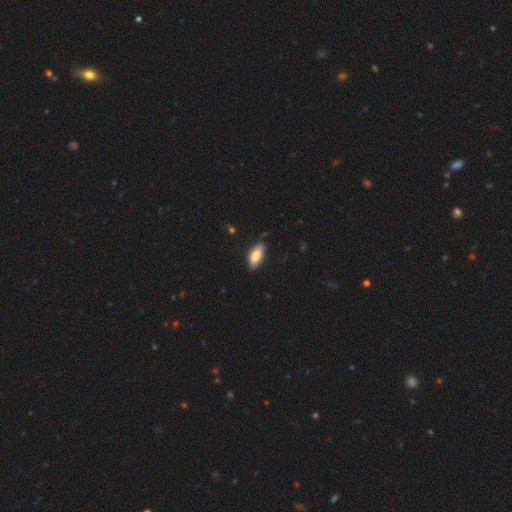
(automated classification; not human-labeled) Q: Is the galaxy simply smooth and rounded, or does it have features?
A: smooth — 84%.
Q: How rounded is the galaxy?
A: in between — 85%.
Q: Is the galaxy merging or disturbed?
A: none — 80%.